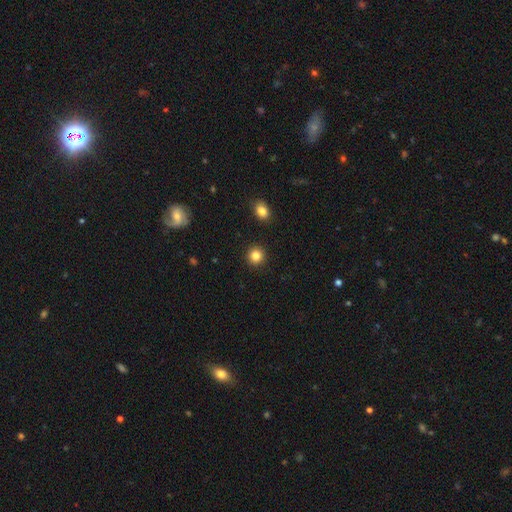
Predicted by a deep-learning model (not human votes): Smooth or featured? smooth (84%)
How rounded? round (93%)
Merging? none (93%)